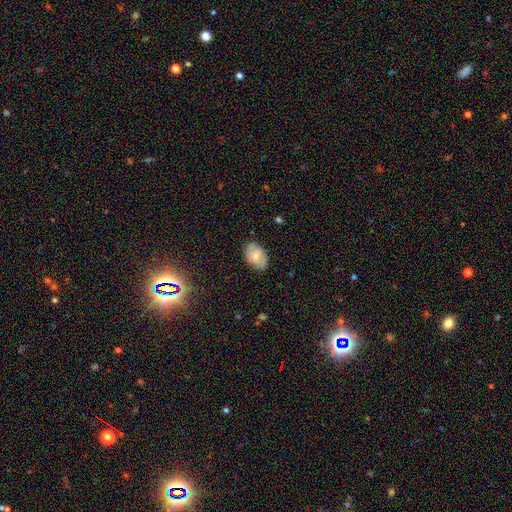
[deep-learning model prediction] Morphology: type=smooth (61%); roundness=in between (89%); merging=none (78%).